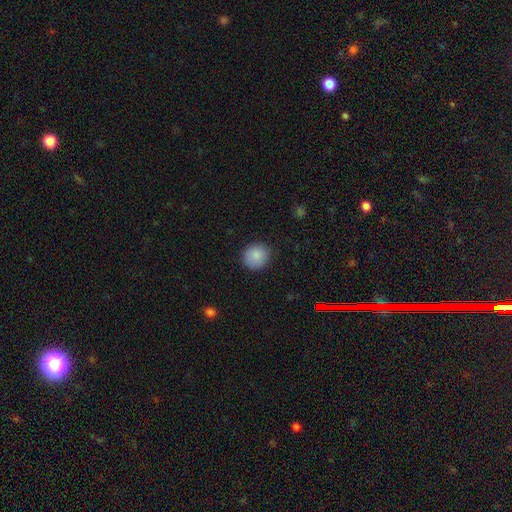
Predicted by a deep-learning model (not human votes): smooth_or_featured: smooth (p=0.88) [alt: star or artifact p=0.08]
how_rounded: round (p=0.89) [alt: in between p=0.10]
merging: none (p=0.87) [alt: minor disturbance p=0.09]